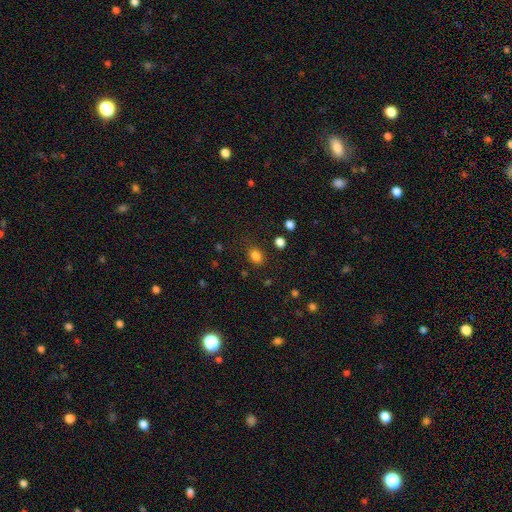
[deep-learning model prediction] Morphology: type=smooth (82%); roundness=in between (55%); merging=none (82%).